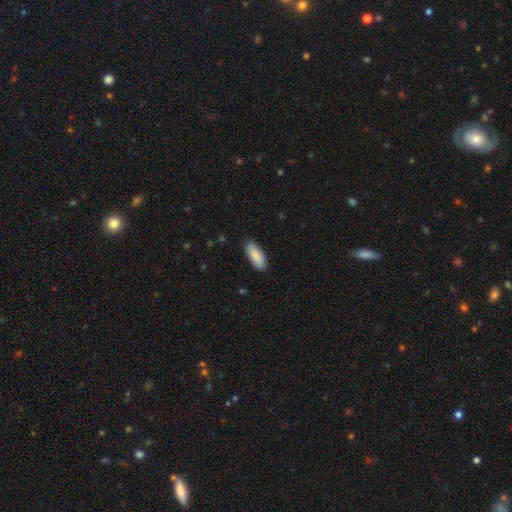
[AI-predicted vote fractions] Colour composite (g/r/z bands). It shows a smooth galaxy with no disk features (88%) that is in between round and cigar-shaped (78%). Merging: none (87%).